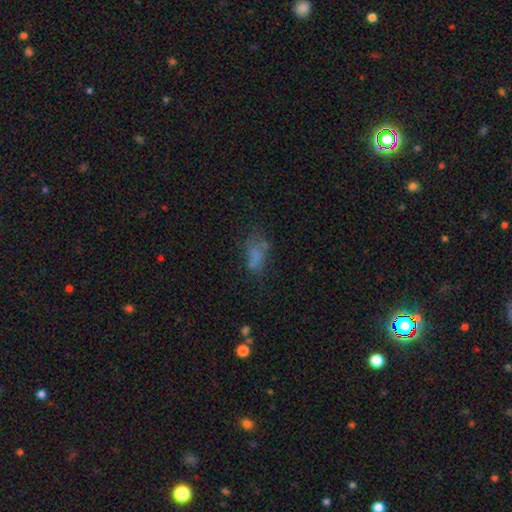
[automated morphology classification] type=smooth (57%); roundness=in between (82%); merging=none (42%).